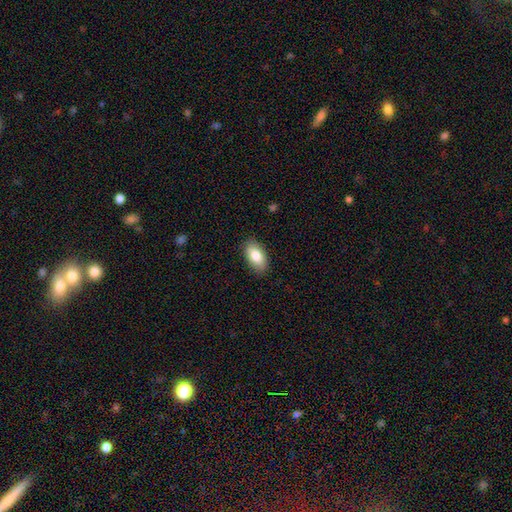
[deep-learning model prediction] Smooth or featured? Predicted: smooth (p=0.84). How rounded? Predicted: in between (p=0.93). Merging? Predicted: none (p=0.87).